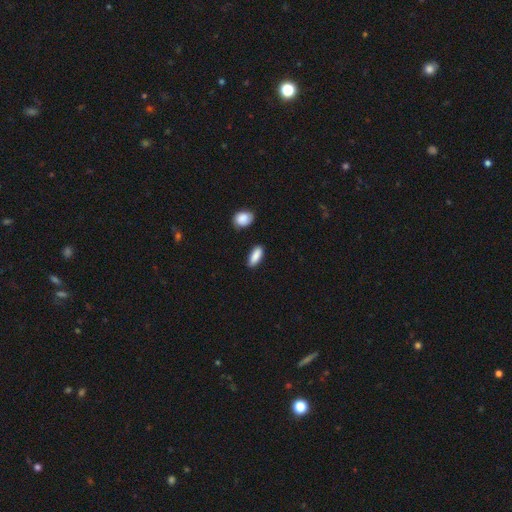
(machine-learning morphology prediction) Smooth or featured? Predicted: smooth (p=0.88). How rounded? Predicted: in between (p=0.77). Merging? Predicted: none (p=0.84).